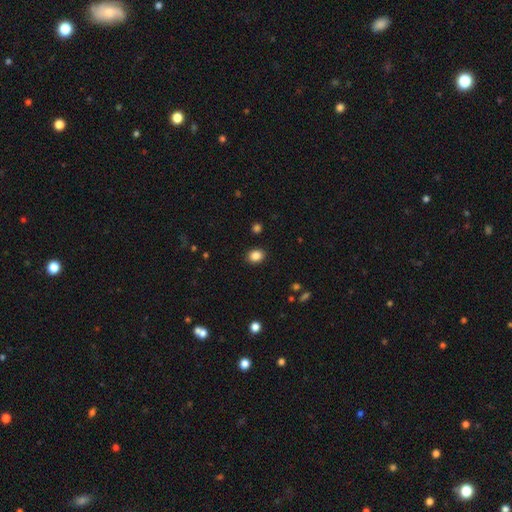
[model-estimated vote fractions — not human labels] Morphology: type=smooth (86%); roundness=round (55%); merging=none (90%).